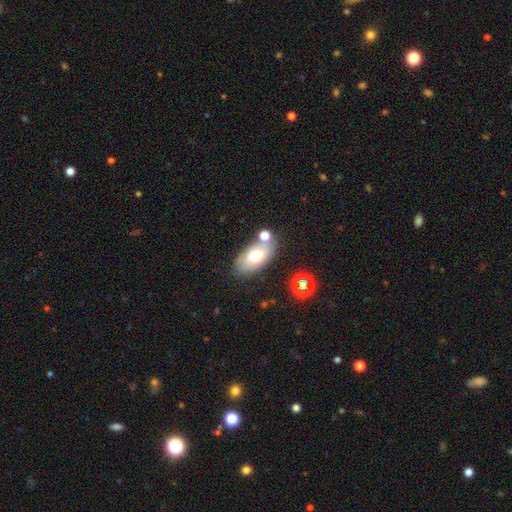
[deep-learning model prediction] smooth 67%, featured or disk 23%, star or artifact 10%. Down the decision tree: how rounded — in between (92%); merging — none (68%).